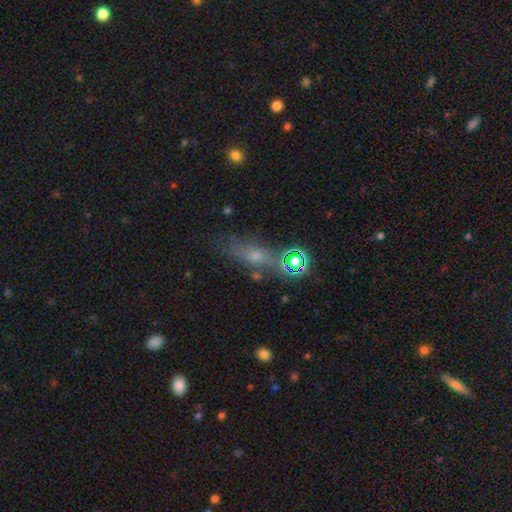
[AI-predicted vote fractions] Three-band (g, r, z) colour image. It shows a smooth galaxy with no disk features (49%). Merging: none (63%).